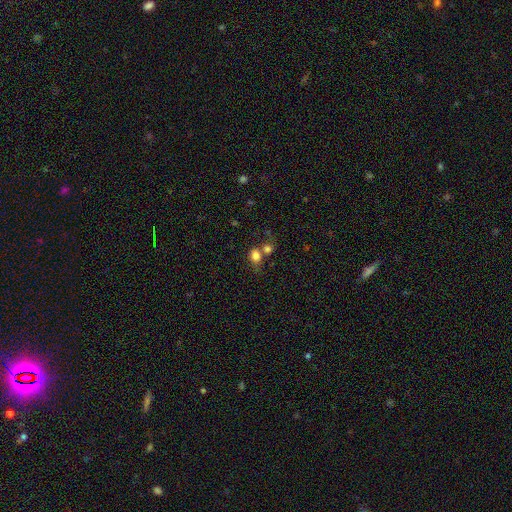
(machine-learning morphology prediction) A smooth galaxy with no disk features (80%) that is round (52%). Merging: merger (42%).